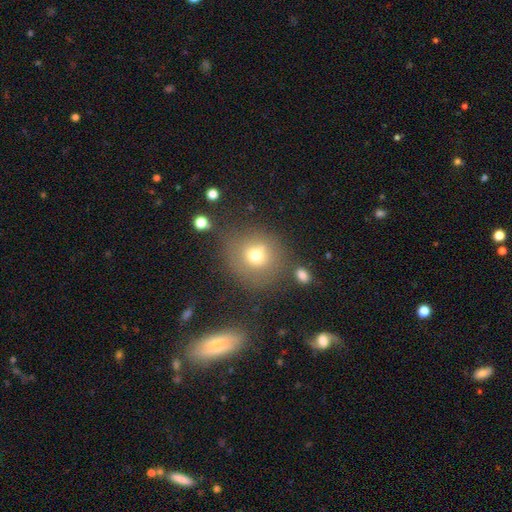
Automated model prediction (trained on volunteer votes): Smooth or featured: smooth — 70% (featured or disk — 15%)
How rounded: round — 86% (in between — 13%)
Merging: none — 64% (minor disturbance — 16%)